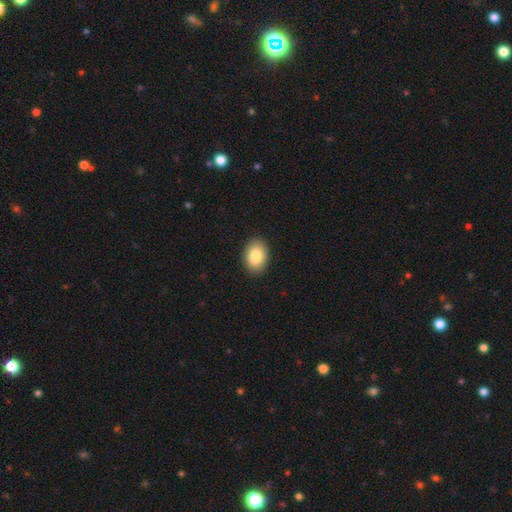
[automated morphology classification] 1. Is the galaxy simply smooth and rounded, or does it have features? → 86% smooth, 7% featured or disk, 7% star or artifact.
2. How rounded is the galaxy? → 79% in between, 20% round, 1% cigar-shaped.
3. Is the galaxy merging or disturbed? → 90% none, 7% minor disturbance, 2% major disturbance, 1% merger.